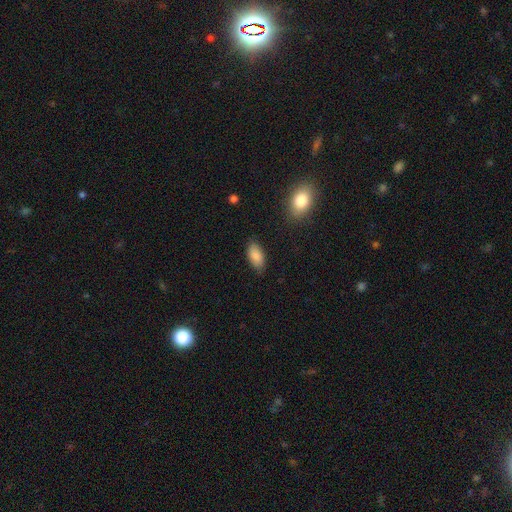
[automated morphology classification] A smooth galaxy with no disk features (86%) that is in between round and cigar-shaped (93%).

Vote fractions:
- Smooth or featured? smooth: 86% / featured or disk: 7% / star or artifact: 7%
- How rounded? in between: 93% / cigar-shaped: 4% / round: 3%
- Merging? none: 82% / minor disturbance: 14% / major disturbance: 3% / merger: 1%